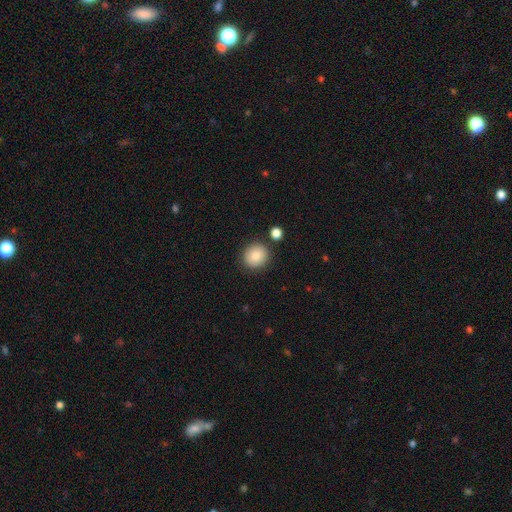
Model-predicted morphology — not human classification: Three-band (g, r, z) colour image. It shows a smooth galaxy with no disk features (84%) that is round (85%). Merging: none (84%).